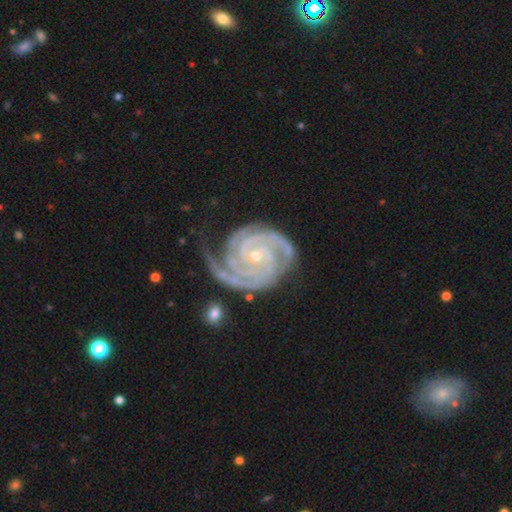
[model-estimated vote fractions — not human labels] Overall: featured or disk (94%). Edge-on disk: no (98%). Bar: no (61%; weak 26%). Spiral arms: yes (99%). Spiral arm count: 3 (40%; 2 28%). Spiral winding: tight (80%). Bulge size: small (73%). Merging: none (63%; minor disturbance 24%).